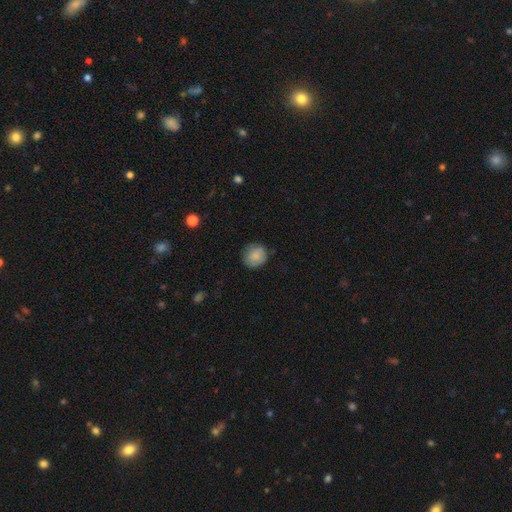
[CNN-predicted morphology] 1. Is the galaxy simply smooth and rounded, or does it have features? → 84% smooth, 9% featured or disk, 8% star or artifact.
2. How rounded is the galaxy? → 83% round, 16% in between, 1% cigar-shaped.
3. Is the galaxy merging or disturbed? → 80% none, 16% minor disturbance, 3% major disturbance, 1% merger.